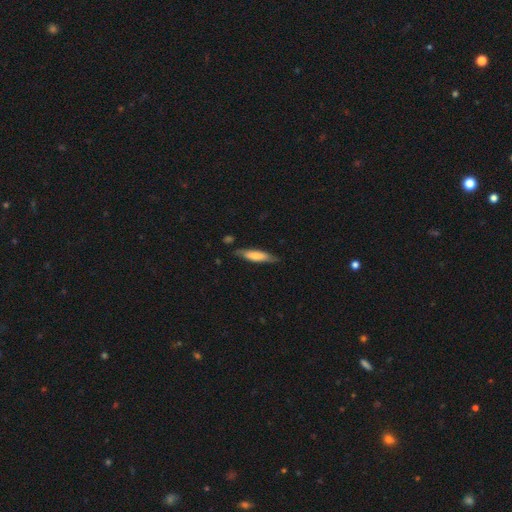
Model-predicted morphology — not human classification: smooth_or_featured: smooth (p=0.66) [alt: featured or disk p=0.28]
how_rounded: cigar-shaped (p=0.72) [alt: in between p=0.26]
merging: none (p=0.76) [alt: minor disturbance p=0.18]